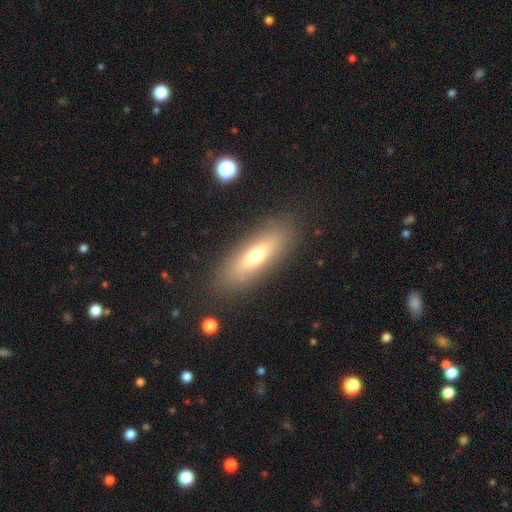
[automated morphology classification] Smooth or featured?
  - smooth: 59% *
  - featured or disk: 33%
  - star or artifact: 8%
How rounded?
  - cigar-shaped: 50% *
  - in between: 47%
  - round: 3%
Merging?
  - none: 86% *
  - minor disturbance: 9%
  - major disturbance: 4%
  - merger: 2%